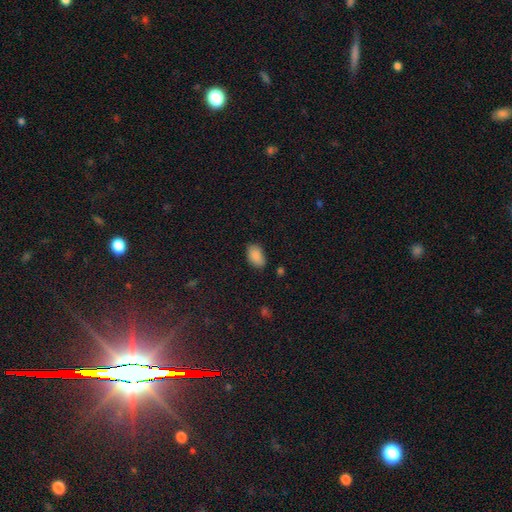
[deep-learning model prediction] Smooth or featured? smooth (88%)
How rounded? in between (91%)
Merging? none (79%)